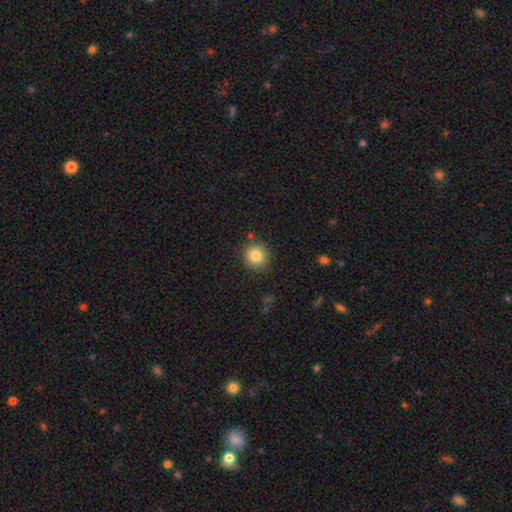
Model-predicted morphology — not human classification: smooth-or-featured: smooth: 83% | star or artifact: 10% | featured or disk: 7%
  how-rounded: round: 93% | in between: 7% | cigar-shaped: 1%
  merging: none: 88% | minor disturbance: 8% | major disturbance: 2% | merger: 2%